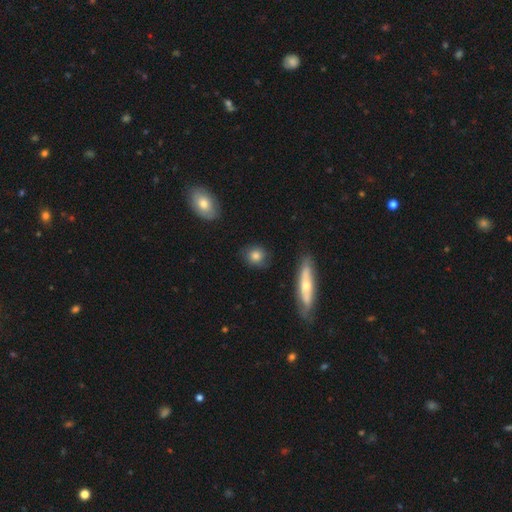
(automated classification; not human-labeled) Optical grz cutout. It shows a smooth galaxy with no disk features (78%) that is round (76%). Merging: none (80%).